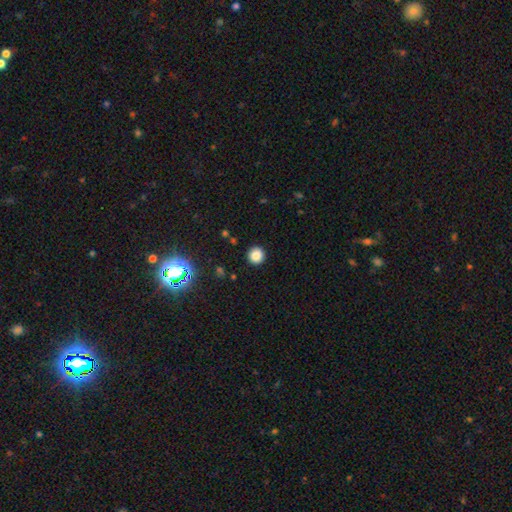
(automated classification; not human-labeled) smooth_or_featured: smooth (p=0.83) [alt: star or artifact p=0.13]
how_rounded: round (p=0.94) [alt: in between p=0.05]
merging: none (p=0.91) [alt: minor disturbance p=0.06]